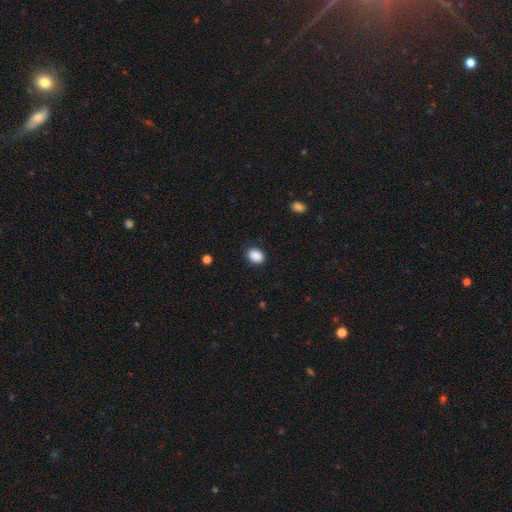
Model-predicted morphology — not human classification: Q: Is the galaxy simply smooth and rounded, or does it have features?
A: smooth — 89%.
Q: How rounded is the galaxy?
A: in between — 61%.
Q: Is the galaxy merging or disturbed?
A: none — 87%.